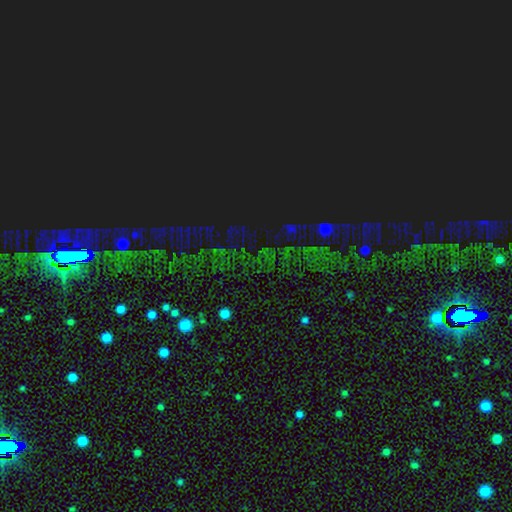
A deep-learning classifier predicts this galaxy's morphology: Overall: star or artifact (82%).